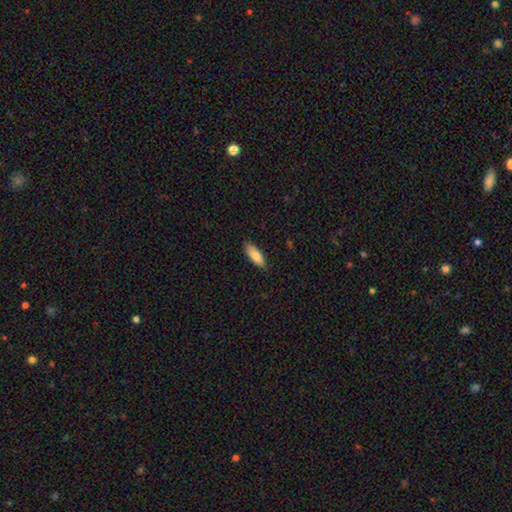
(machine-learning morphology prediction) Q: Smooth or featured?
A: smooth (84%); runner-up: featured or disk (10%)
Q: How rounded?
A: in between (62%); runner-up: cigar-shaped (36%)
Q: Merging?
A: none (85%); runner-up: minor disturbance (12%)